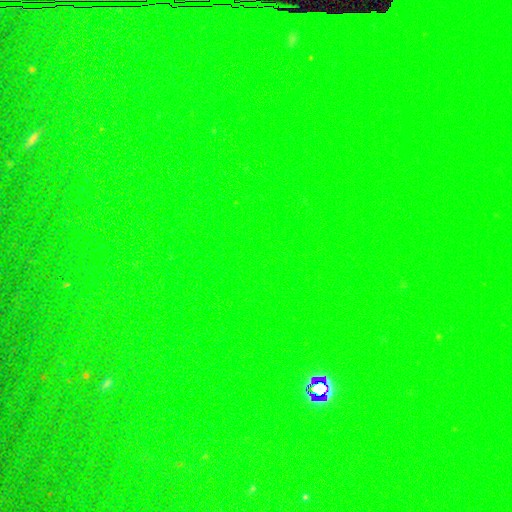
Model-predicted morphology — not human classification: This appears to be a star or artifact, not a galaxy (78%).